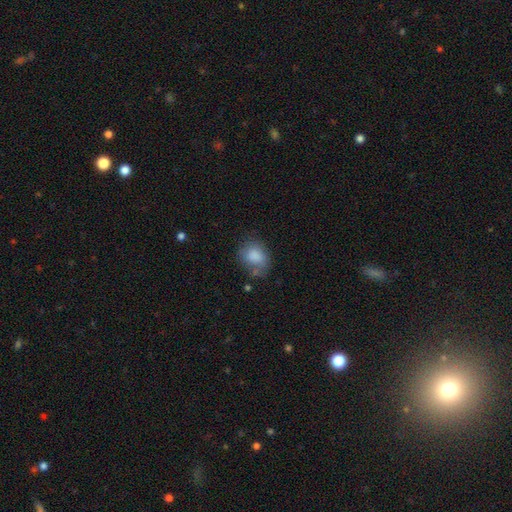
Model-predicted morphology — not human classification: Smooth or featured? Predicted: smooth (p=0.81). How rounded? Predicted: in between (p=0.52). Merging? Predicted: none (p=0.60).